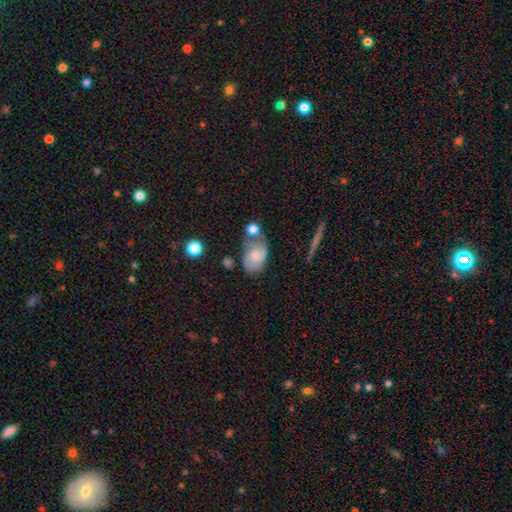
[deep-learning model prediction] This appears to be a smooth galaxy with no disk features (59%) that is in between round and cigar-shaped (86%). Merging: none (34%).